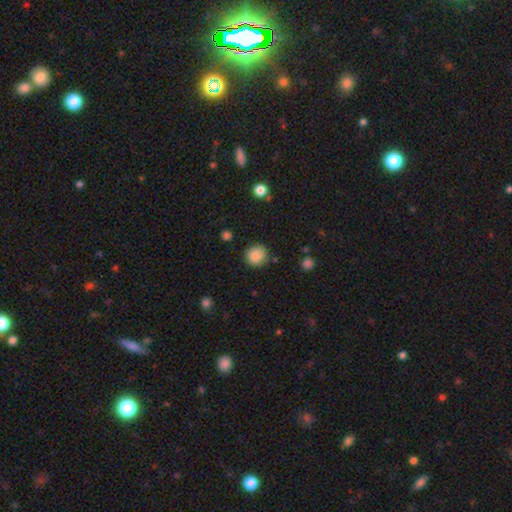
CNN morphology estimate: A smooth galaxy with no disk features (86%) that is round (89%). Merging: none (82%).